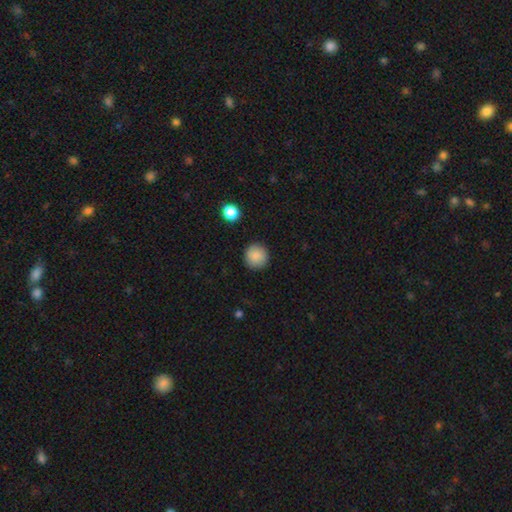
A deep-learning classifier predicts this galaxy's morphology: Smooth or featured?
  - smooth: 88% *
  - star or artifact: 8%
  - featured or disk: 4%
How rounded?
  - round: 94% *
  - in between: 5%
  - cigar-shaped: 1%
Merging?
  - none: 91% *
  - minor disturbance: 6%
  - major disturbance: 2%
  - merger: 1%